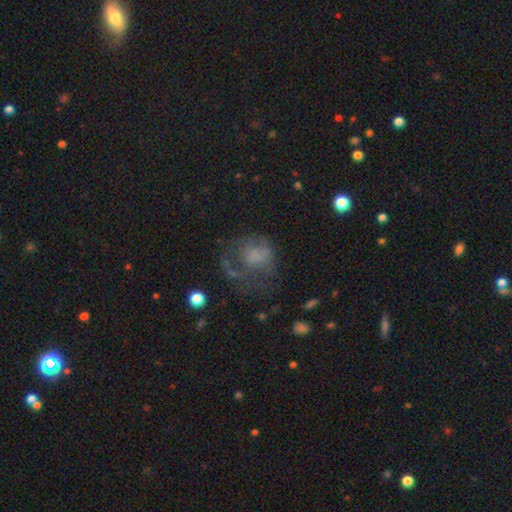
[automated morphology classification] This appears to be a smooth galaxy with no disk features (47%). Merging: major disturbance (42%).